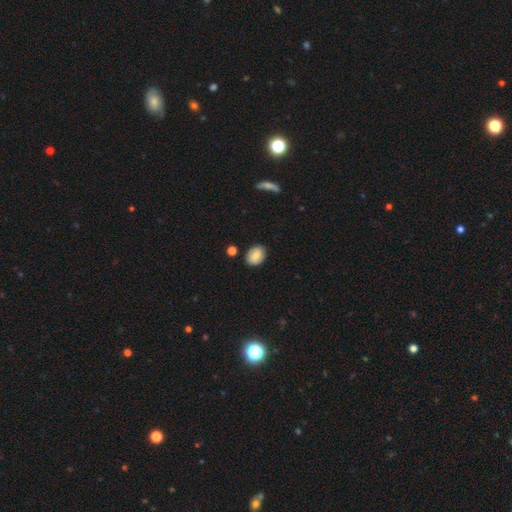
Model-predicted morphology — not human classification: Q: Smooth or featured?
A: smooth (65%); runner-up: featured or disk (26%)
Q: How rounded?
A: in between (63%); runner-up: round (36%)
Q: Merging?
A: none (82%); runner-up: minor disturbance (13%)